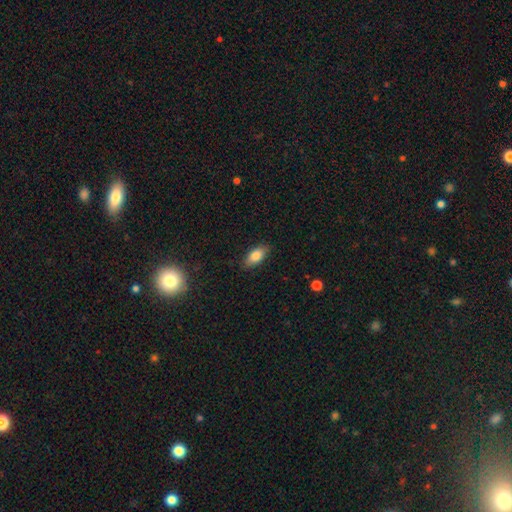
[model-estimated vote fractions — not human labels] smooth 83%, featured or disk 10%, star or artifact 7%. Down the decision tree: how rounded — in between (86%); merging — none (86%).